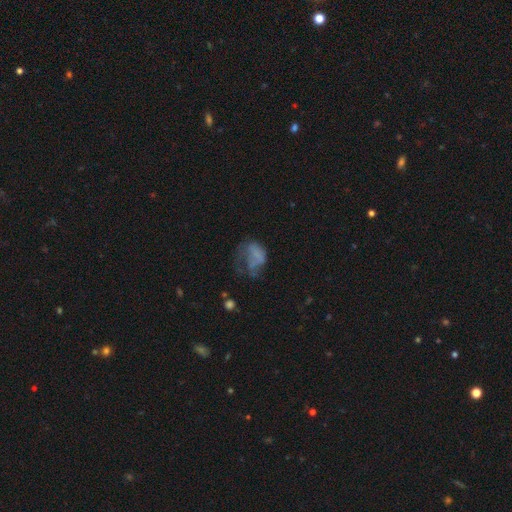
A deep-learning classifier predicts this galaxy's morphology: The model was most divided on "smooth or featured": smooth: 53%, featured or disk: 33%, star or artifact: 14%. More confident: how rounded — in between (71%); merging — major disturbance (52%).